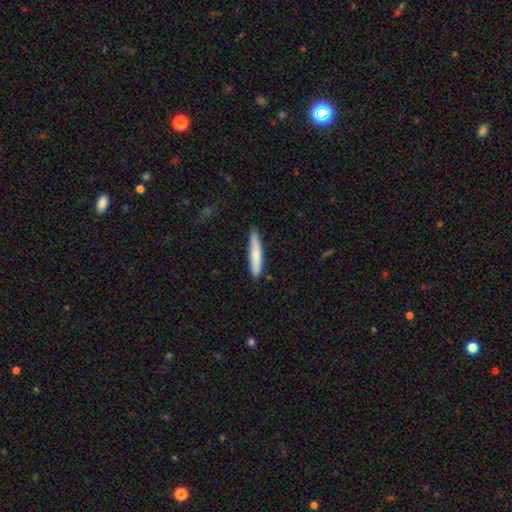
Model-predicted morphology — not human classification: Smooth or featured? Predicted: smooth (p=0.79). How rounded? Predicted: cigar-shaped (p=0.91). Merging? Predicted: none (p=0.85).